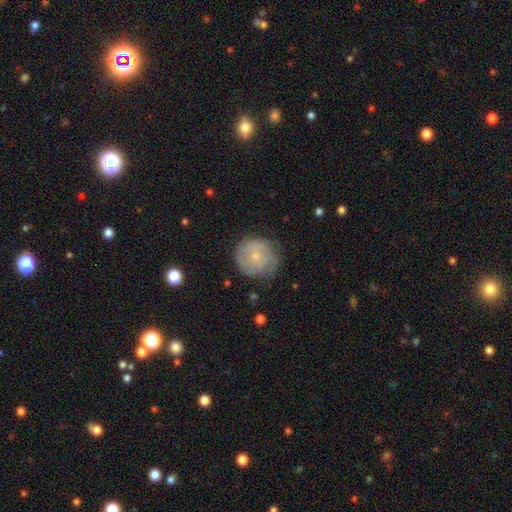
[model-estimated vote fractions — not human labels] Morphology: type=featured or disk (63%); edge-on=no (98%); bar=no (77%); spiral arms=yes (87%); winding=tight (59%); arm count=can't tell (38%); bulge=small (71%); merging=none (69%).